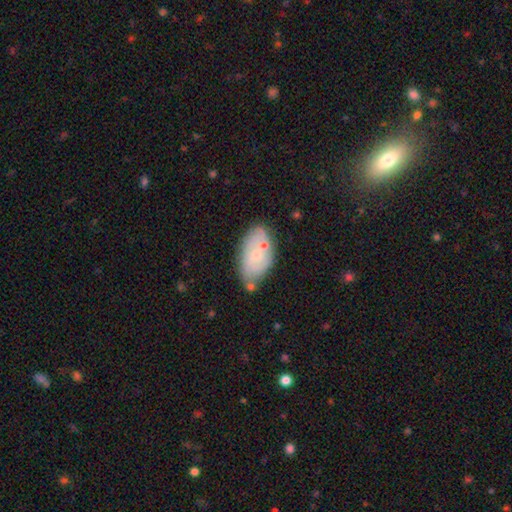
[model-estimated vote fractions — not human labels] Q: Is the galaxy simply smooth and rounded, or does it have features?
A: smooth — 52%.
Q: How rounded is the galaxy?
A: in between — 93%.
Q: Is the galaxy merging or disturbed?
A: none — 58%.